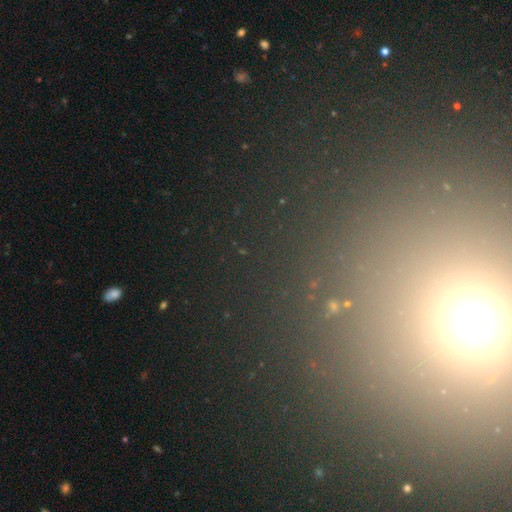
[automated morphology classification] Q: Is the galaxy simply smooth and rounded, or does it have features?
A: star or artifact — 63%.